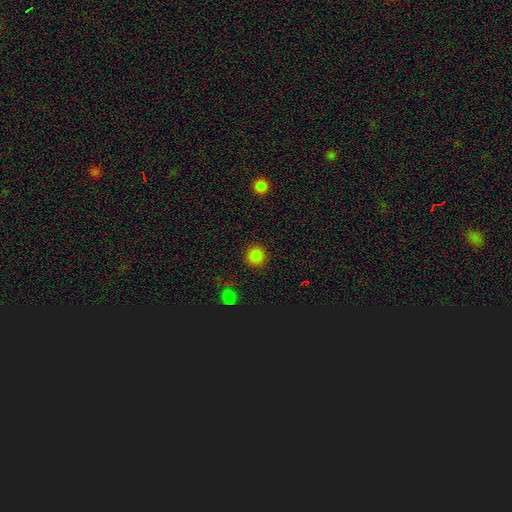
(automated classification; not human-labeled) smooth 83%, star or artifact 13%, featured or disk 3%. Down the decision tree: how rounded — round (93%); merging — none (90%).